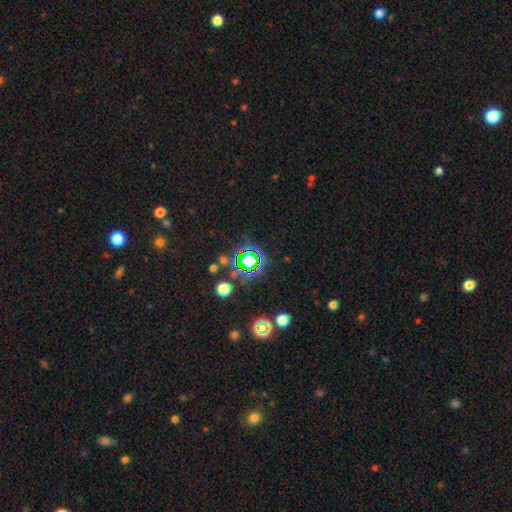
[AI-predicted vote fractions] The model was most divided on "smooth or featured": star or artifact: 74%, smooth: 17%, featured or disk: 9%.